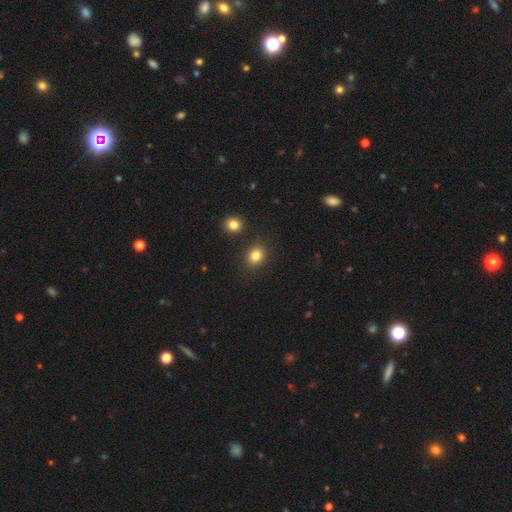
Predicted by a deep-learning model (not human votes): smooth_or_featured: smooth (p=0.83) [alt: star or artifact p=0.11]
how_rounded: round (p=0.66) [alt: in between p=0.33]
merging: none (p=0.85) [alt: minor disturbance p=0.08]